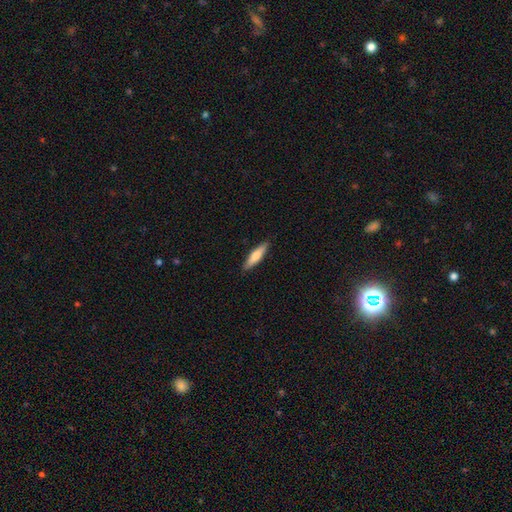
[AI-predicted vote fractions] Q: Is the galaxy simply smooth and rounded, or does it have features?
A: smooth — 67%.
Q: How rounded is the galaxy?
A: cigar-shaped — 75%.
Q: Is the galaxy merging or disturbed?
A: none — 89%.